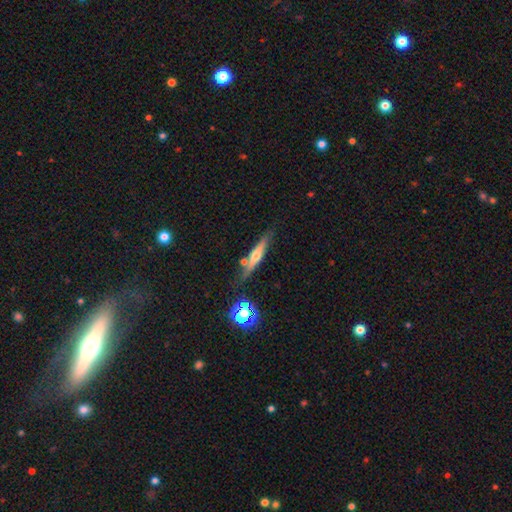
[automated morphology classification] Q: Smooth or featured?
A: featured or disk (55%); runner-up: smooth (35%)
Q: Edge-on disk?
A: yes (93%); runner-up: no (7%)
Q: Edge-on bulge?
A: rounded (87%); runner-up: none (7%)
Q: Merging?
A: none (74%); runner-up: minor disturbance (14%)